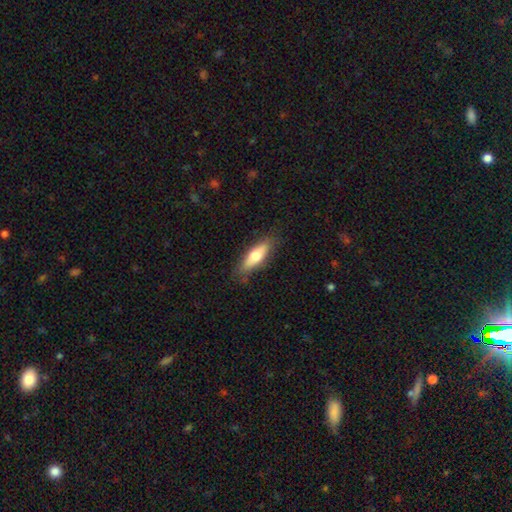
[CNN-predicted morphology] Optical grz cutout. It shows a smooth galaxy with no disk features (66%) that is in between round and cigar-shaped (56%). Merging: none (80%).